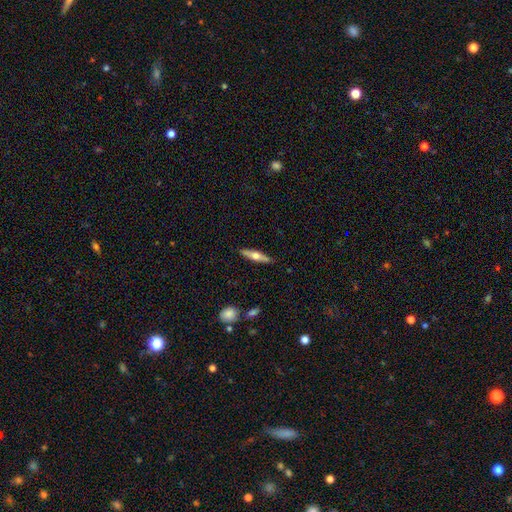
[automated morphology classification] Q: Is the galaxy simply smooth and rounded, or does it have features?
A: featured or disk — 54%.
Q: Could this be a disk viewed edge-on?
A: yes — 94%.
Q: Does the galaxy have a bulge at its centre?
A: rounded — 93%.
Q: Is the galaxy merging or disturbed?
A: none — 88%.